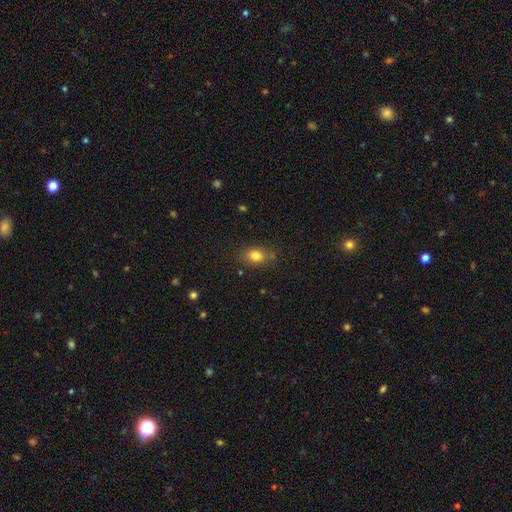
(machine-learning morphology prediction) A smooth galaxy with no disk features (80%) that is in between round and cigar-shaped (68%).

Vote fractions:
- Smooth or featured? smooth: 80% / star or artifact: 11% / featured or disk: 9%
- How rounded? in between: 68% / round: 31% / cigar-shaped: 2%
- Merging? none: 76% / minor disturbance: 16% / major disturbance: 4% / merger: 4%